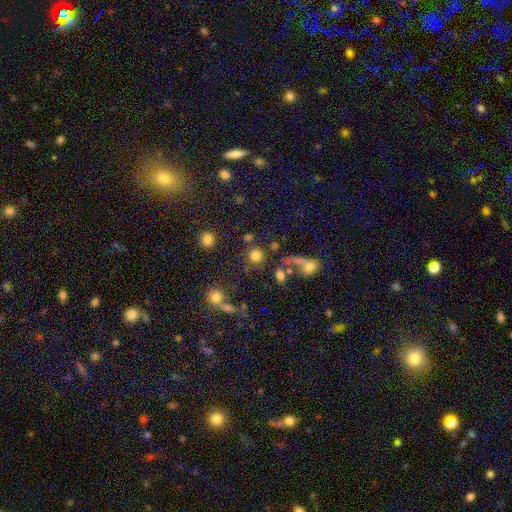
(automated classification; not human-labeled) Morphology: type=smooth (78%); roundness=round (89%); merging=none (69%).